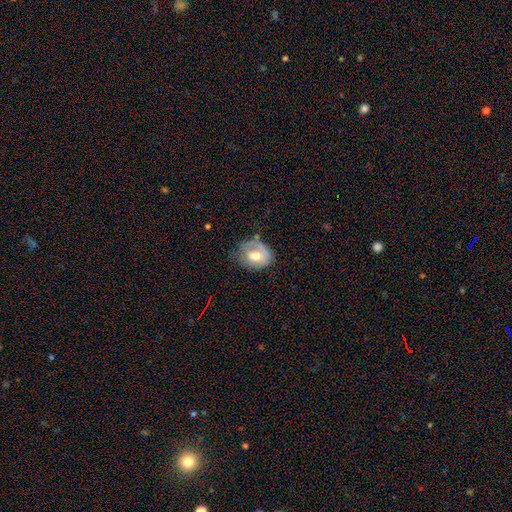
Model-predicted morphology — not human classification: This is possibly a smooth galaxy (50%). How rounded: possibly in between (56%). Merging: possibly none (49%).